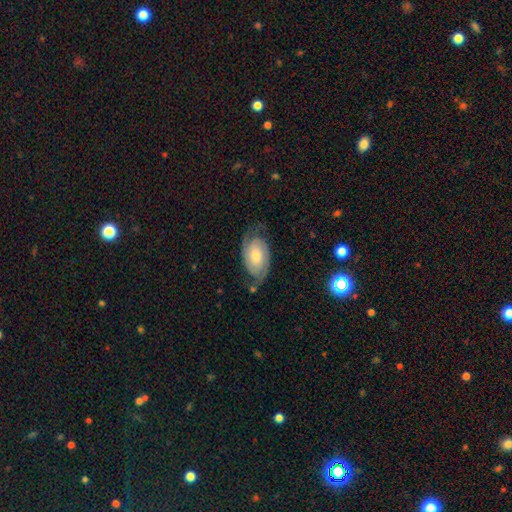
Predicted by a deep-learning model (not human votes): This is likely a featured or disk galaxy (78%). It is clearly not viewed edge-on (96%). Bar: likely no (72%). Spiral arm pattern: clearly yes (94%). Spiral arm count: clearly 2 (87%). Spiral winding: possibly tight (50%). Central bulge: possibly moderate (48%). Merging: likely none (70%).